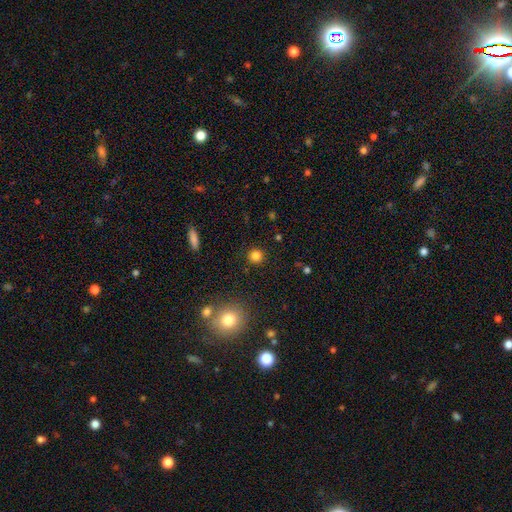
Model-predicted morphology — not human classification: A smooth galaxy with no disk features (82%) that is round (94%). Merging: none (91%).